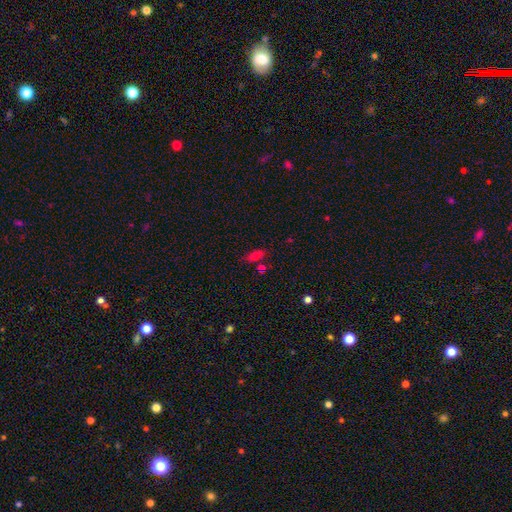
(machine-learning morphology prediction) A smooth galaxy with no disk features (68%) that is in between round and cigar-shaped (80%). Merging: none (72%).